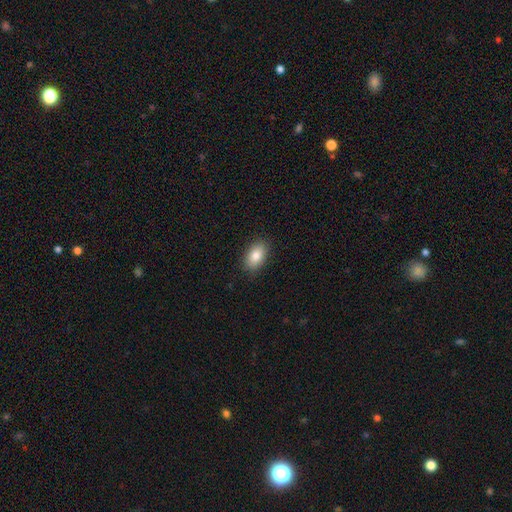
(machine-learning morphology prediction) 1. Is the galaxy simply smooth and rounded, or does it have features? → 83% smooth, 10% featured or disk, 8% star or artifact.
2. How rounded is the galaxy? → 91% in between, 7% round, 2% cigar-shaped.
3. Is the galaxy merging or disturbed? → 88% none, 9% minor disturbance, 2% major disturbance, 1% merger.